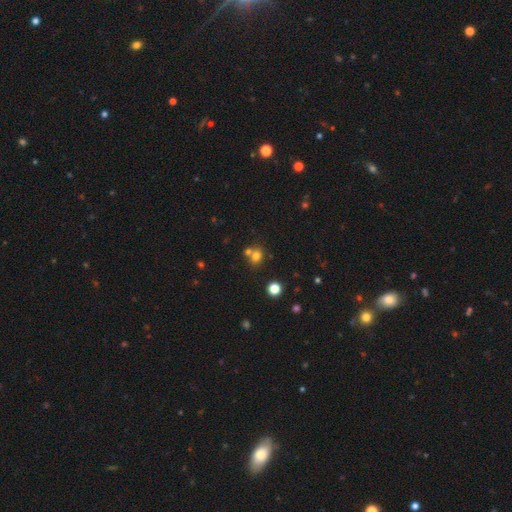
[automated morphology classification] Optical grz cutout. It shows a smooth galaxy with no disk features (73%) that is round (67%). Merging: none (52%).